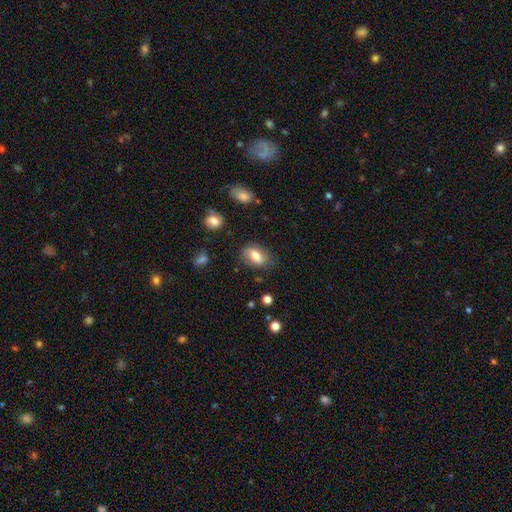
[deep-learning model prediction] This appears to be a smooth galaxy with no disk features (62%) that is in between round and cigar-shaped (82%). Merging: none (71%).